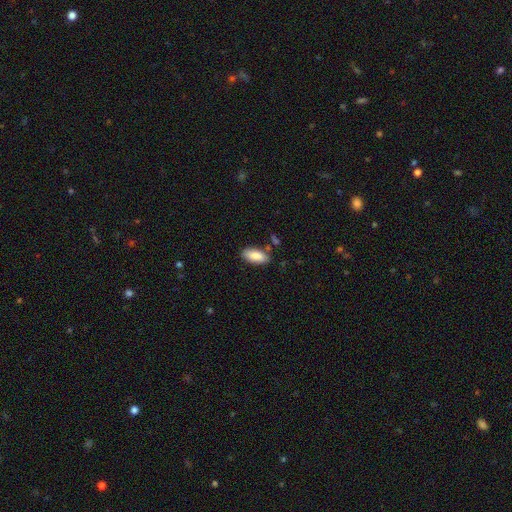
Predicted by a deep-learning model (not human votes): Smooth or featured: smooth — 87% (featured or disk — 6%)
How rounded: in between — 89% (cigar-shaped — 9%)
Merging: none — 80% (minor disturbance — 13%)